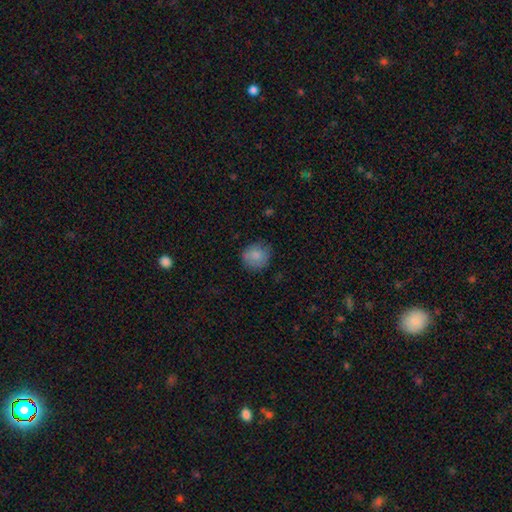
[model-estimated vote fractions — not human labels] This is clearly a smooth galaxy (85%). How rounded: clearly round (85%). Merging: likely none (78%).